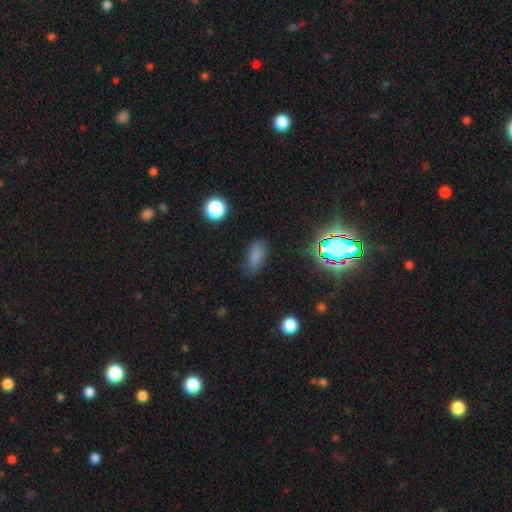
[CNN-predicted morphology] A smooth galaxy with no disk features (75%) that is in between round and cigar-shaped (85%).

Vote fractions:
- Smooth or featured? smooth: 75% / star or artifact: 17% / featured or disk: 7%
- How rounded? in between: 85% / cigar-shaped: 9% / round: 6%
- Merging? none: 72% / minor disturbance: 20% / major disturbance: 6% / merger: 2%